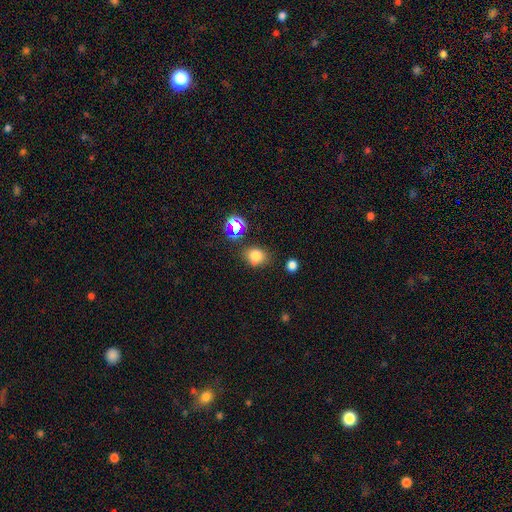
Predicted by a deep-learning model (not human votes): This is likely a smooth galaxy (74%). How rounded: possibly round (52%). Merging: likely none (69%).